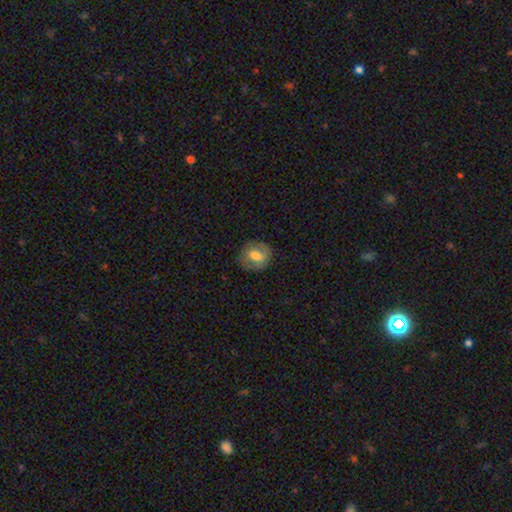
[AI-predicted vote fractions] Overall: smooth (52%; featured or disk 40%). How rounded: round (63%; in between 36%). Merging: none (77%).